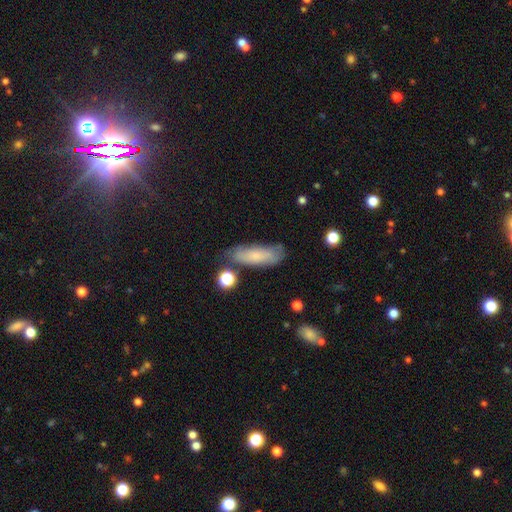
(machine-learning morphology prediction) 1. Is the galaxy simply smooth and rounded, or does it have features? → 70% smooth, 22% featured or disk, 8% star or artifact.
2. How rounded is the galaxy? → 51% in between, 46% cigar-shaped, 3% round.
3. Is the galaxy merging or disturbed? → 66% none, 22% minor disturbance, 7% major disturbance, 5% merger.